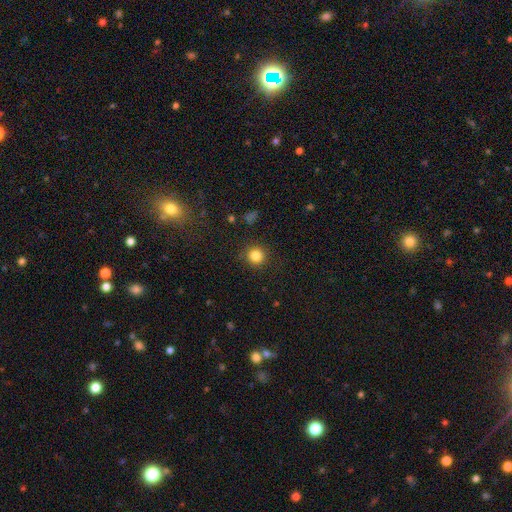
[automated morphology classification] Smooth or featured: smooth — 83% (star or artifact — 12%)
How rounded: round — 93% (in between — 6%)
Merging: none — 90% (minor disturbance — 6%)